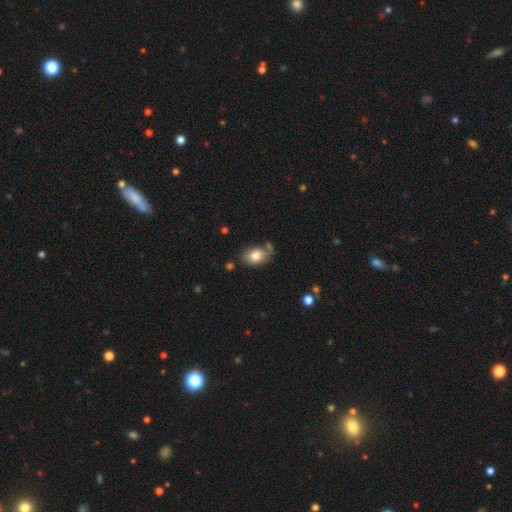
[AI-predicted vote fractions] This is clearly a smooth galaxy (80%). How rounded: likely in between (73%). Merging: likely none (64%).